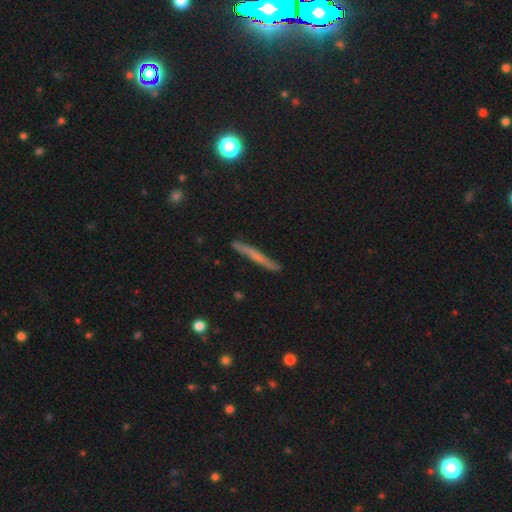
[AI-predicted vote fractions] smooth-or-featured: smooth: 48% | featured or disk: 44% | star or artifact: 8%
  merging: none: 87% | minor disturbance: 10% | major disturbance: 2% | merger: 2%